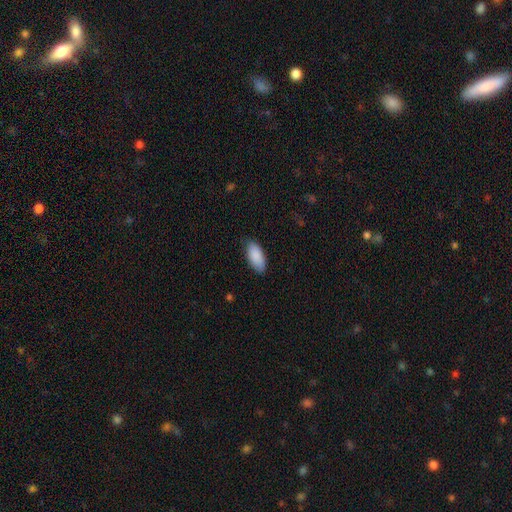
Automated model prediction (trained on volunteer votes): Smooth or featured: smooth — 90% (star or artifact — 6%)
How rounded: in between — 93% (cigar-shaped — 5%)
Merging: none — 81% (minor disturbance — 15%)